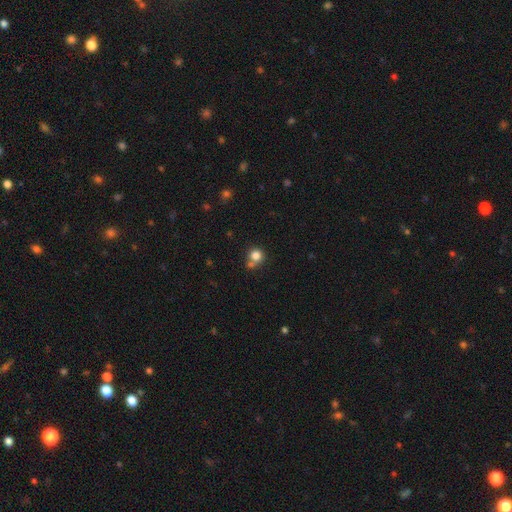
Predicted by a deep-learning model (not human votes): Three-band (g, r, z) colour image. It shows a smooth galaxy with no disk features (81%) that is round (90%). Merging: none (59%).